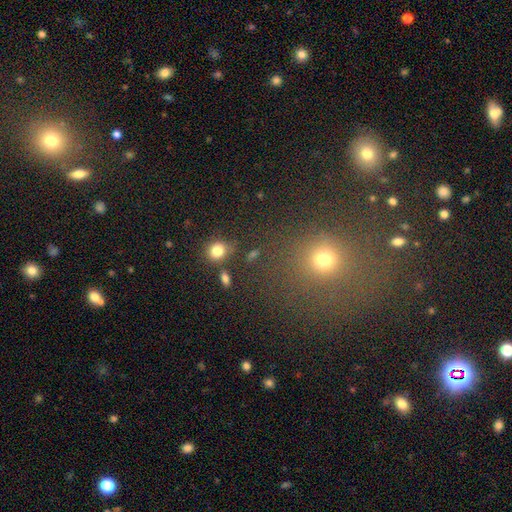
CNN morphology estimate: Smooth or featured? smooth (61%)
How rounded? round (86%)
Merging? none (81%)